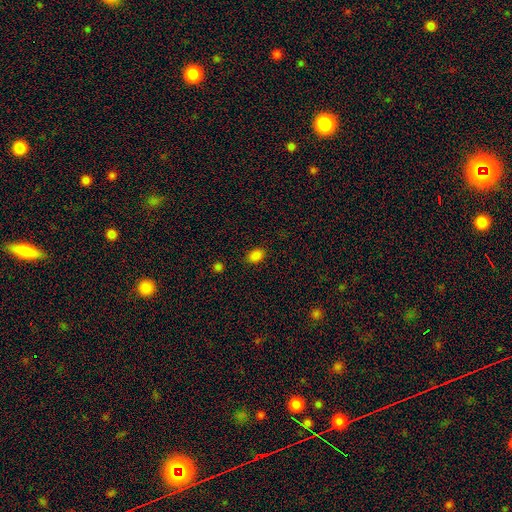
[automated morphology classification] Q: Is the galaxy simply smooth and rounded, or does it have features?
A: smooth — 84%.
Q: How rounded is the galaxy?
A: in between — 79%.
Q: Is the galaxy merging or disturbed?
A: none — 85%.